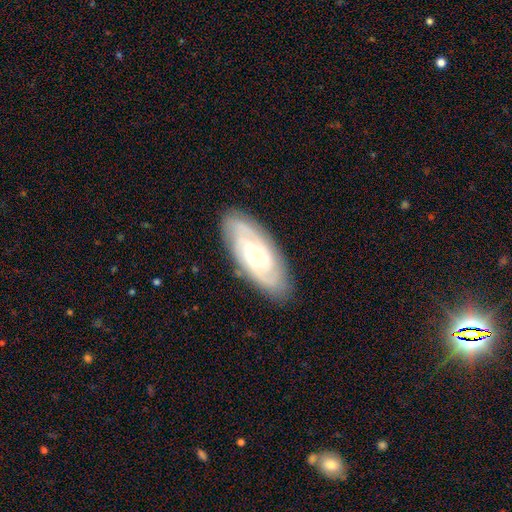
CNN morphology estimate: A featured or disk galaxy (83%) with no bar (58%), 2 (32%) tight (63%) spiral arms (96%) and a small central bulge (53%). Merging: none (84%).